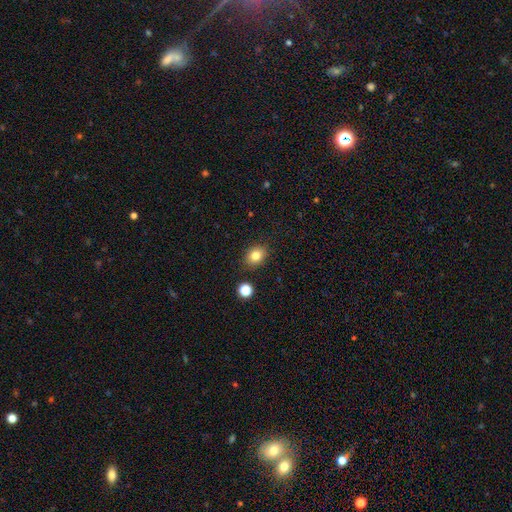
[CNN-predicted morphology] Smooth or featured? smooth (81%)
How rounded? in between (54%)
Merging? none (86%)